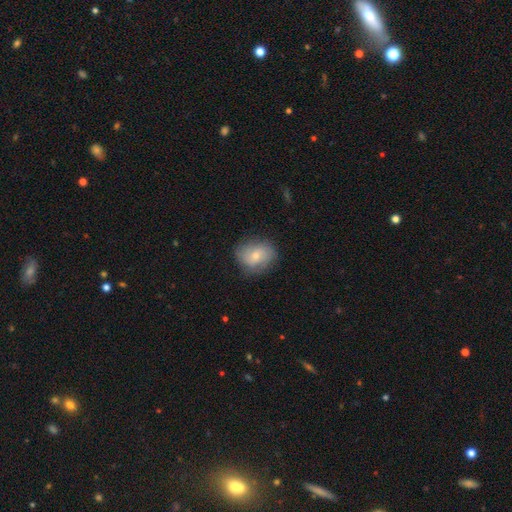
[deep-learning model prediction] The model was most divided on "how rounded": round: 54%, in between: 45%, cigar-shaped: 1%. More confident: merging — none (74%); smooth or featured — smooth (64%).